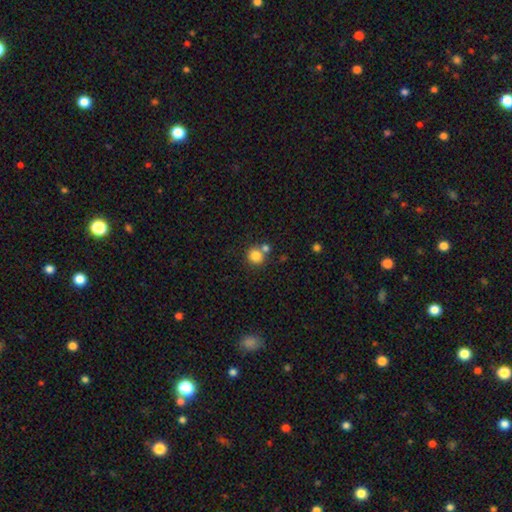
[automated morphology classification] smooth_or_featured: smooth (p=0.82) [alt: star or artifact p=0.11]
how_rounded: round (p=0.91) [alt: in between p=0.08]
merging: none (p=0.63) [alt: merger p=0.26]